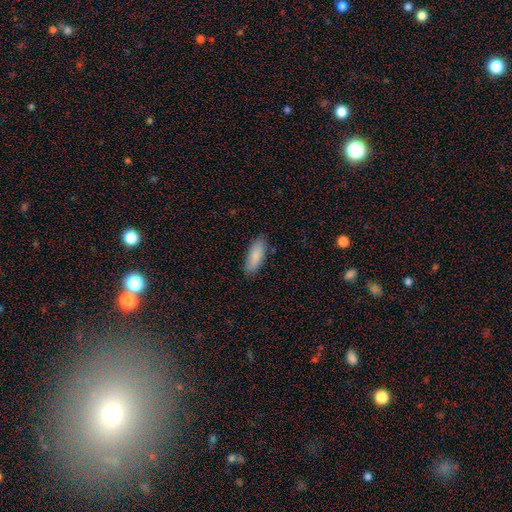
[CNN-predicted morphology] This is clearly a smooth galaxy (85%). How rounded: likely in between (66%). Merging: clearly none (83%).